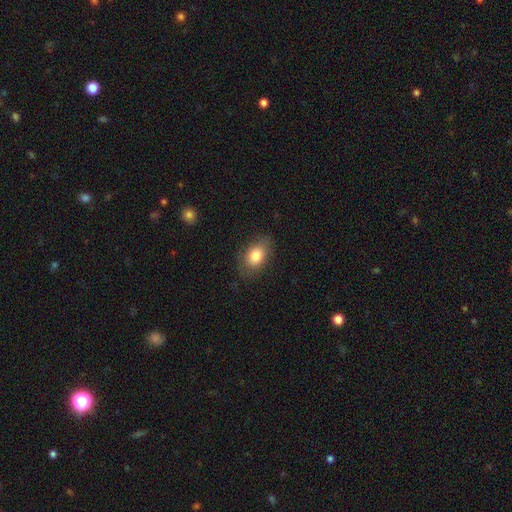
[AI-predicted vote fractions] Overall: smooth (81%). How rounded: in between (82%). Merging: none (77%).